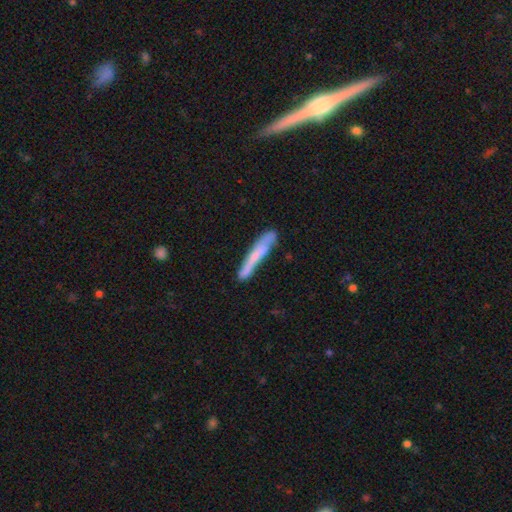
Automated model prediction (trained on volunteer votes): Smooth or featured?
  - smooth: 59% *
  - featured or disk: 35%
  - star or artifact: 7%
How rounded?
  - cigar-shaped: 95% *
  - in between: 4%
  - round: 1%
Merging?
  - none: 66% *
  - minor disturbance: 22%
  - major disturbance: 6%
  - merger: 6%